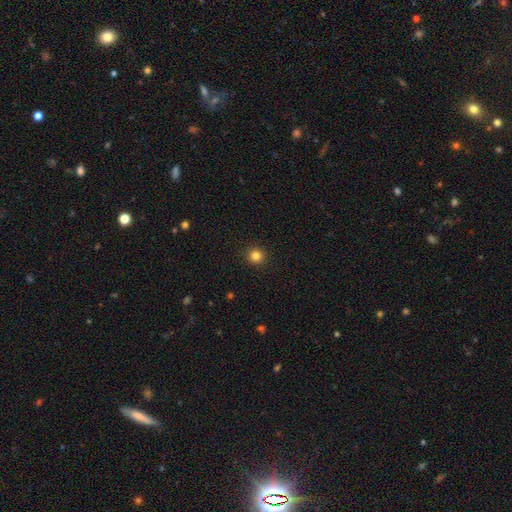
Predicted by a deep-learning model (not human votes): Q: Smooth or featured?
A: smooth (83%); runner-up: star or artifact (12%)
Q: How rounded?
A: round (95%); runner-up: in between (4%)
Q: Merging?
A: none (93%); runner-up: minor disturbance (4%)